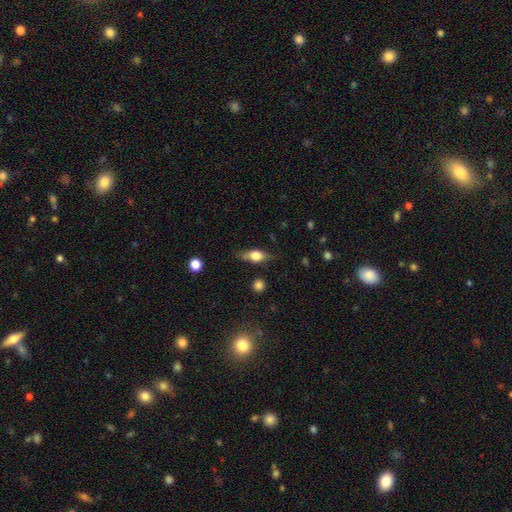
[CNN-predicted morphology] Smooth or featured? smooth (54%)
How rounded? in between (66%)
Merging? none (74%)